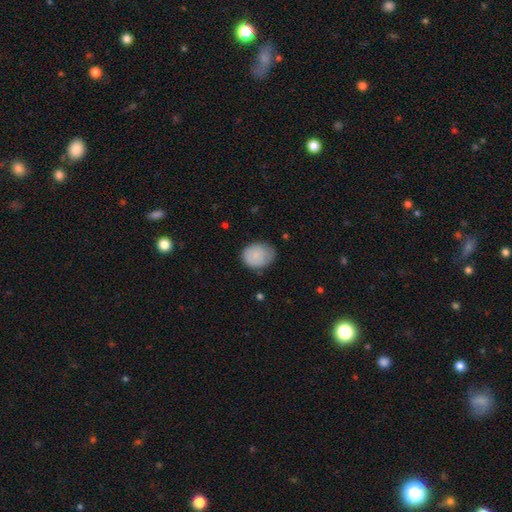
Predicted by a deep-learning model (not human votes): smooth_or_featured: smooth (p=0.86) [alt: featured or disk p=0.08]
how_rounded: round (p=0.52) [alt: in between p=0.48]
merging: none (p=0.66) [alt: minor disturbance p=0.27]